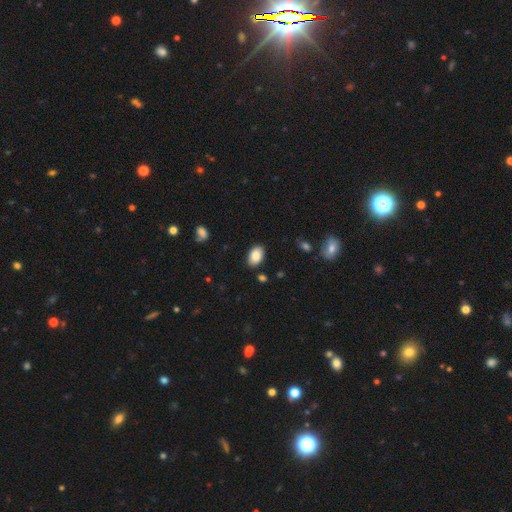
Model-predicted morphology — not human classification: type=smooth (87%); roundness=in between (91%); merging=none (85%).